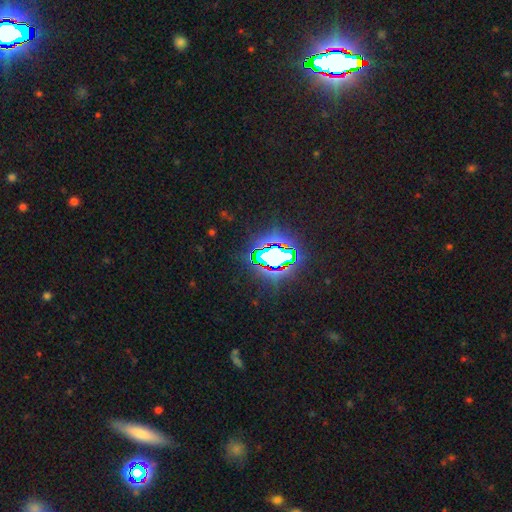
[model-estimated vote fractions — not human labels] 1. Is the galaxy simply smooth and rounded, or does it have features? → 80% star or artifact, 12% smooth, 8% featured or disk.